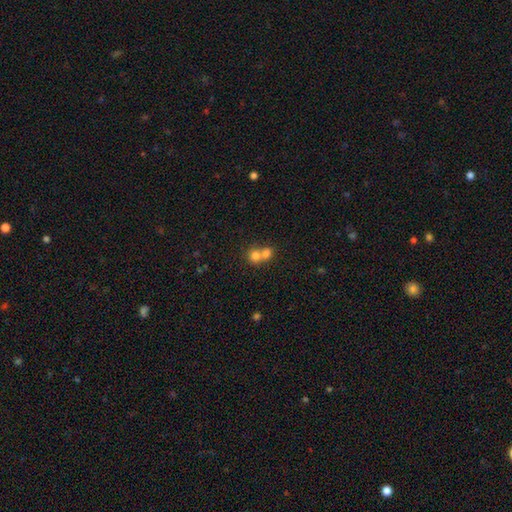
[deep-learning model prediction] This appears to be a smooth galaxy with no disk features (76%) that is round (78%). Merging: merger (65%).